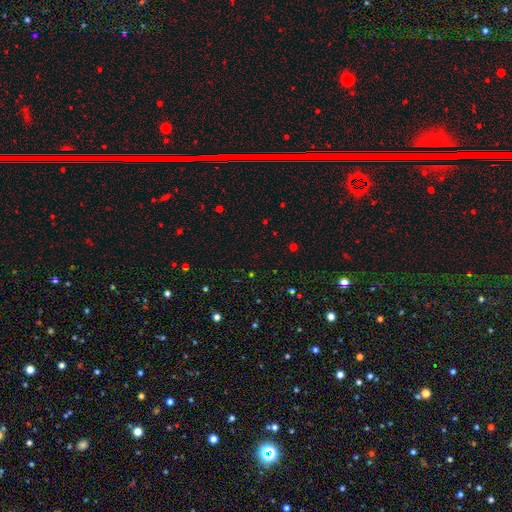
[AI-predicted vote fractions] The model was most divided on "smooth or featured": star or artifact: 63%, smooth: 30%, featured or disk: 7%.